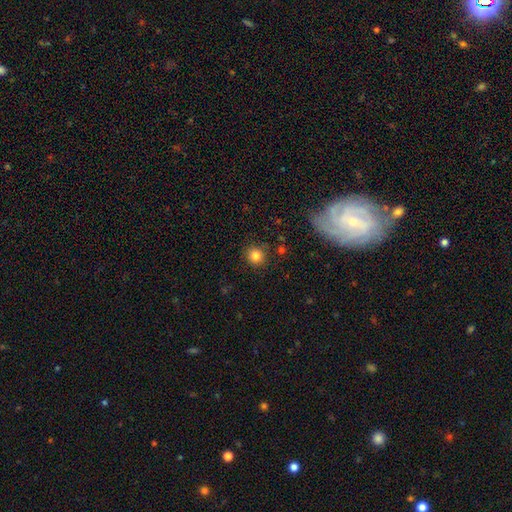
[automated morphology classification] smooth_or_featured: smooth (p=0.83) [alt: star or artifact p=0.11]
how_rounded: round (p=0.92) [alt: in between p=0.07]
merging: none (p=0.87) [alt: minor disturbance p=0.08]